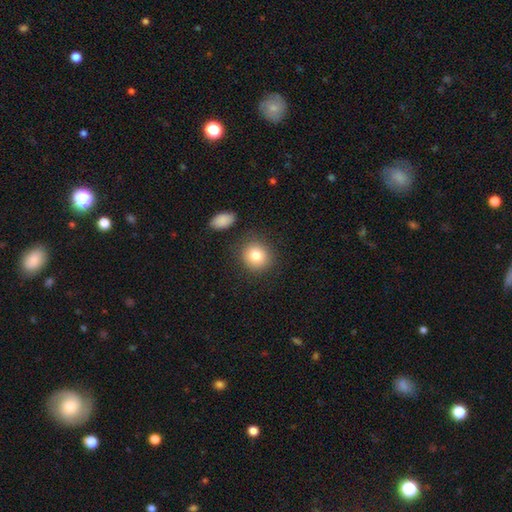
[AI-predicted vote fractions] smooth-or-featured: smooth: 81% | star or artifact: 9% | featured or disk: 9%
  how-rounded: round: 83% | in between: 16% | cigar-shaped: 1%
  merging: none: 83% | minor disturbance: 10% | merger: 4% | major disturbance: 3%